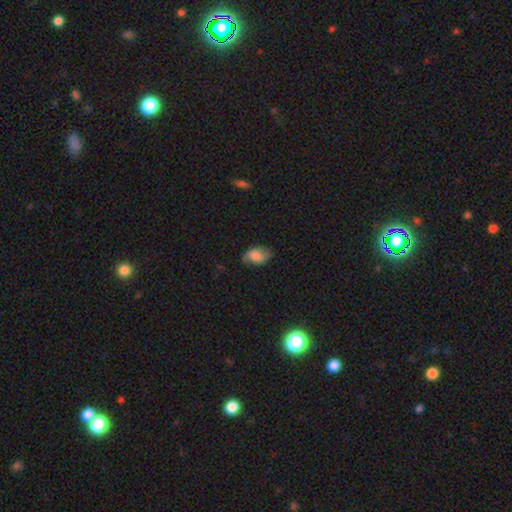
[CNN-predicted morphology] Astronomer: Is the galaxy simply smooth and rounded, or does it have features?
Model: smooth — 66%.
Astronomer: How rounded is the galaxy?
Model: in between — 89%.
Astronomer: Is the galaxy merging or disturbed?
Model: none — 74%.